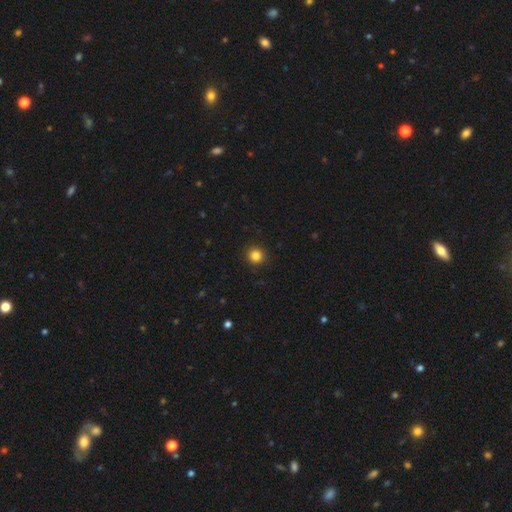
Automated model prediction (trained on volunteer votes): This is clearly a smooth galaxy (84%). How rounded: clearly round (94%). Merging: clearly none (93%).